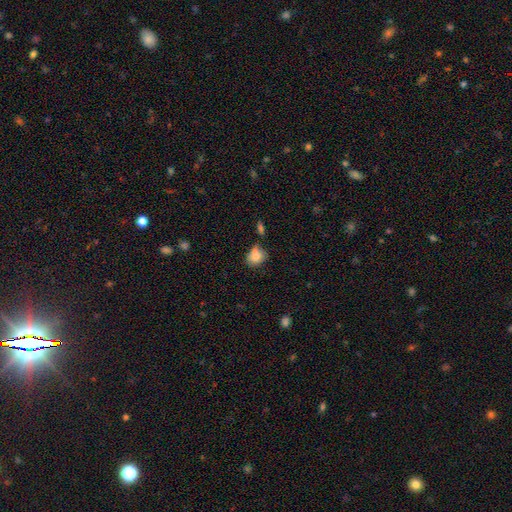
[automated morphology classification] smooth 80%, featured or disk 11%, star or artifact 9%. Down the decision tree: how rounded — round (50%); merging — none (51%).